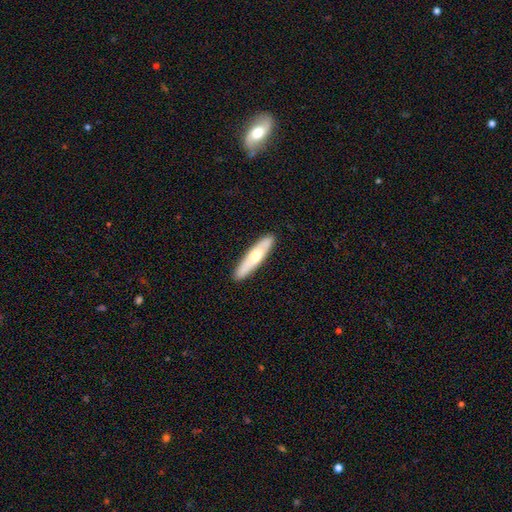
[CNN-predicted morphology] Smooth or featured?
  - smooth: 54% *
  - featured or disk: 41%
  - star or artifact: 5%
How rounded?
  - cigar-shaped: 80% *
  - in between: 18%
  - round: 2%
Merging?
  - none: 90% *
  - minor disturbance: 8%
  - major disturbance: 2%
  - merger: 1%